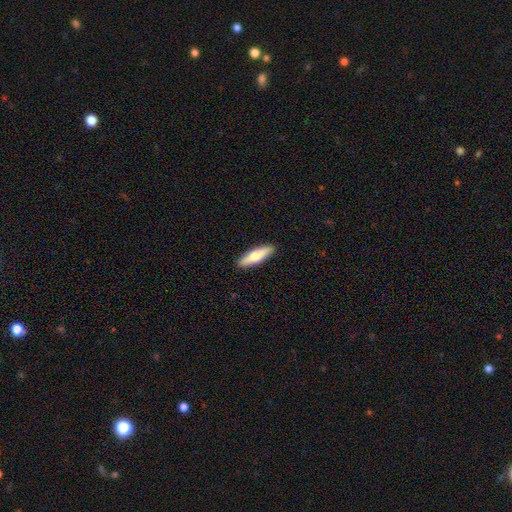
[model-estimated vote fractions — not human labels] Smooth or featured? smooth (65%)
How rounded? cigar-shaped (66%)
Merging? none (91%)